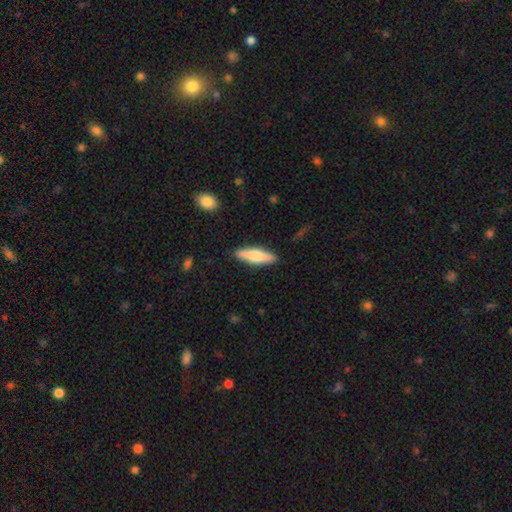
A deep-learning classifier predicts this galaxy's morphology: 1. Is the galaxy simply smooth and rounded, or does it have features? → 67% smooth, 27% featured or disk, 5% star or artifact.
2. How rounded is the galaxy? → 66% cigar-shaped, 32% in between, 2% round.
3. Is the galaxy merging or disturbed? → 89% none, 8% minor disturbance, 2% major disturbance, 1% merger.